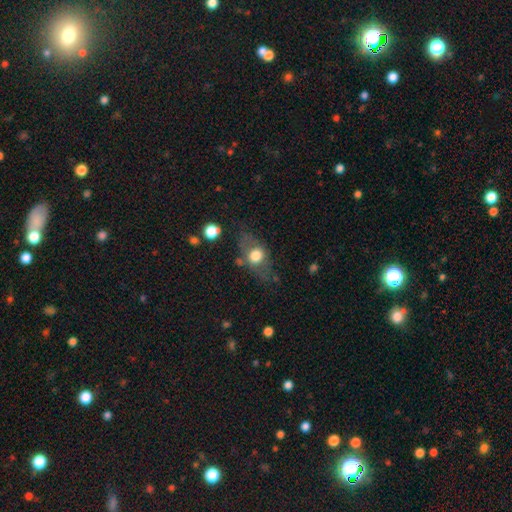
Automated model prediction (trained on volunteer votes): Q: Smooth or featured?
A: smooth (61%); runner-up: featured or disk (30%)
Q: How rounded?
A: in between (60%); runner-up: round (35%)
Q: Merging?
A: none (56%); runner-up: minor disturbance (23%)